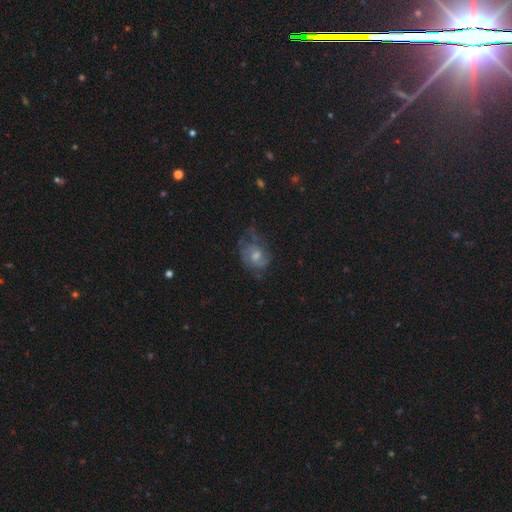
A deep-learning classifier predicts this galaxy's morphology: A featured or disk galaxy (56%) with no bar (71%), spiral arms (74%) and a moderate central bulge (53%).

Vote fractions:
- Smooth or featured? featured or disk: 56% / smooth: 28% / star or artifact: 16%
- Edge-on disk? no: 96% / yes: 4%
- Bar? no: 71% / weak: 25% / strong: 4%
- Spiral arms? yes: 74% / no: 26%
- Bulge size? moderate: 53% / small: 34% / large: 6% / none: 5% / dominant: 1%
- Merging? none: 54% / minor disturbance: 25% / major disturbance: 19% / merger: 2%